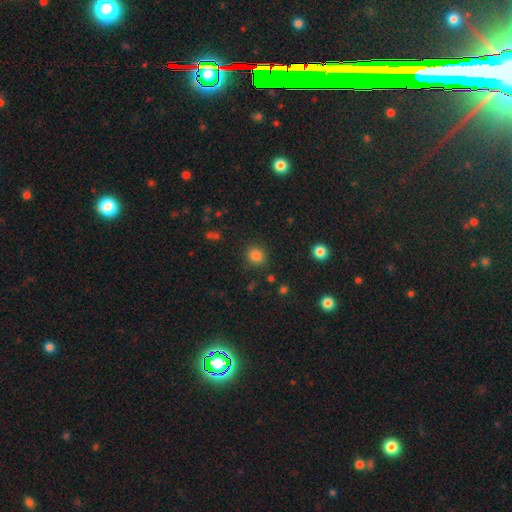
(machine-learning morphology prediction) Smooth or featured? Predicted: smooth (p=0.83). How rounded? Predicted: round (p=0.86). Merging? Predicted: none (p=0.87).